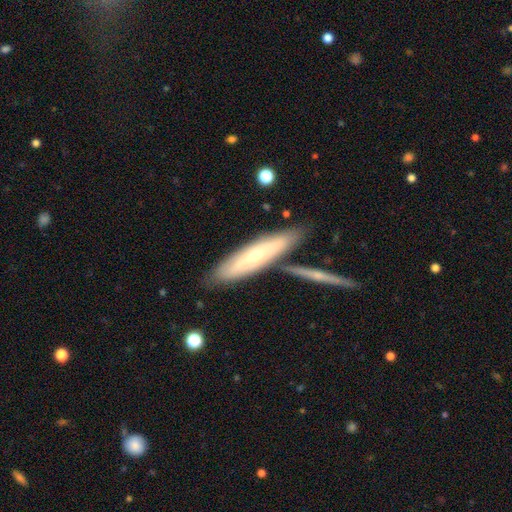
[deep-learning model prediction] Smooth or featured: featured or disk — 50% (smooth — 44%)
Merging: none — 76% (minor disturbance — 12%)